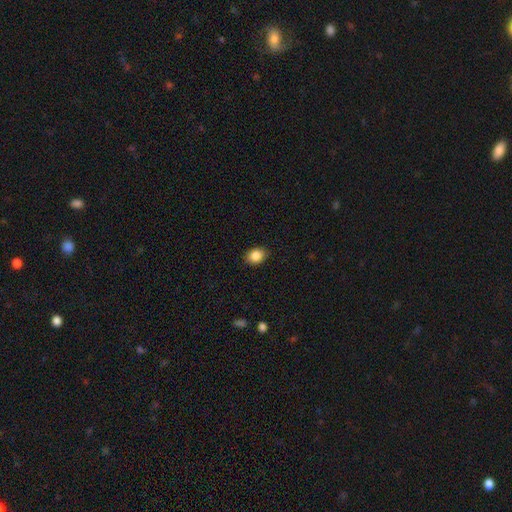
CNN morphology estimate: smooth-or-featured: smooth: 87% | star or artifact: 9% | featured or disk: 4%
  how-rounded: in between: 58% | round: 41% | cigar-shaped: 1%
  merging: none: 87% | minor disturbance: 10% | major disturbance: 2% | merger: 1%